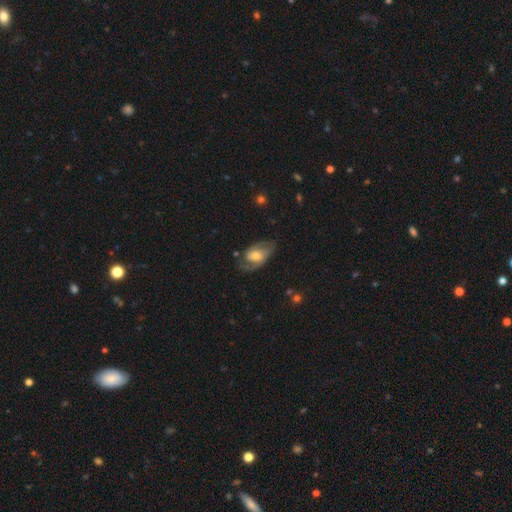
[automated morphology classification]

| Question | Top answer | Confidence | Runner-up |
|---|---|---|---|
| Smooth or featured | featured or disk | 64% | smooth (29%) |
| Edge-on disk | no | 94% | yes (6%) |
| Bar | no | 51% | weak (38%) |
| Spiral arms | yes | 81% | no (19%) |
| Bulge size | moderate | 63% | small (23%) |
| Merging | none | 63% | minor disturbance (23%) |